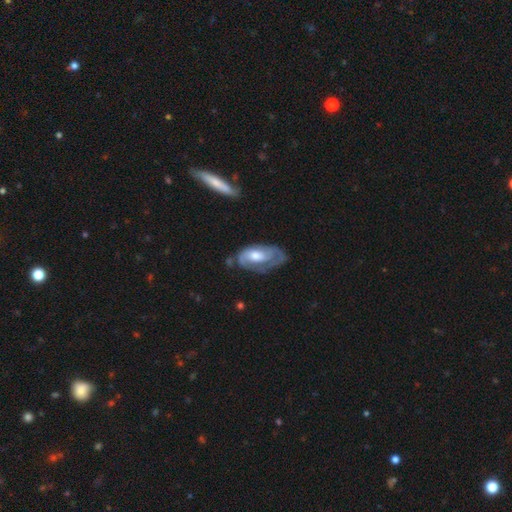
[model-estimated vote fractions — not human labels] smooth_or_featured: featured or disk (p=0.69) [alt: smooth p=0.26]
disk_edge_on: no (p=0.92) [alt: yes p=0.08]
bar: no (p=0.68) [alt: weak p=0.26]
has_spiral_arms: yes (p=0.76) [alt: no p=0.24]
bulge_size: moderate (p=0.59) [alt: large p=0.22]
merging: none (p=0.50) [alt: minor disturbance p=0.28]